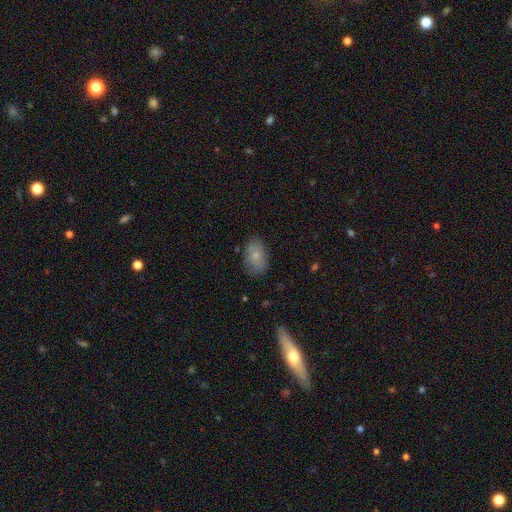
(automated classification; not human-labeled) A smooth galaxy with no disk features (73%) that is in between round and cigar-shaped (88%). Merging: none (75%).